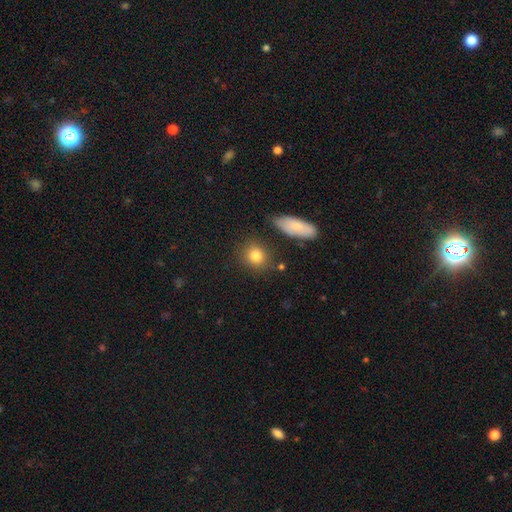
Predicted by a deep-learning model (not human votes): smooth-or-featured: smooth: 82% | star or artifact: 9% | featured or disk: 8%
  how-rounded: round: 78% | in between: 20% | cigar-shaped: 2%
  merging: none: 80% | minor disturbance: 11% | merger: 5% | major disturbance: 4%